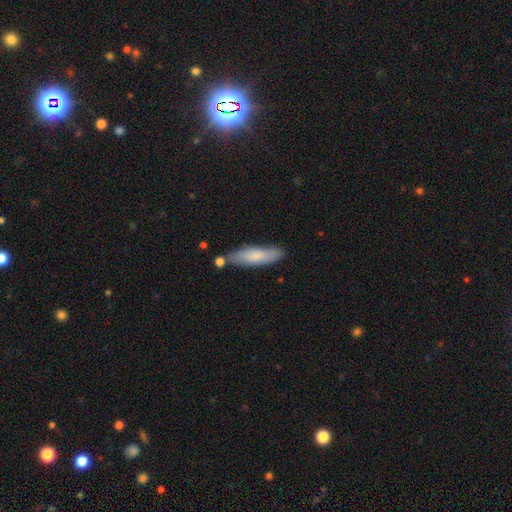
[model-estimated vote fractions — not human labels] A smooth galaxy with no disk features (75%) that is cigar-shaped (64%).

Vote fractions:
- Smooth or featured? smooth: 75% / featured or disk: 19% / star or artifact: 6%
- How rounded? cigar-shaped: 64% / in between: 34% / round: 1%
- Merging? none: 73% / minor disturbance: 16% / merger: 7% / major disturbance: 3%